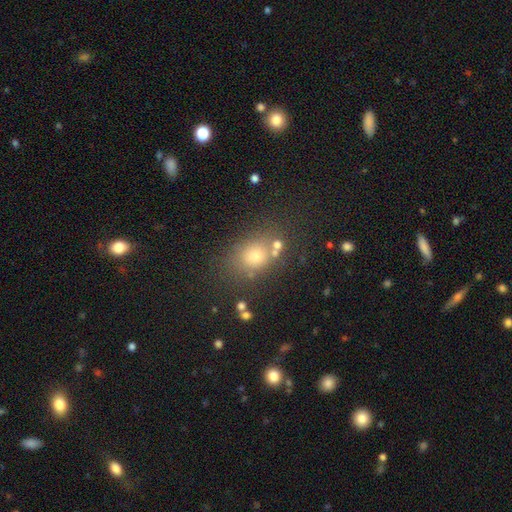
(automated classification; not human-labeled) This appears to be a smooth galaxy with no disk features (71%) that is round (52%). Merging: none (67%).